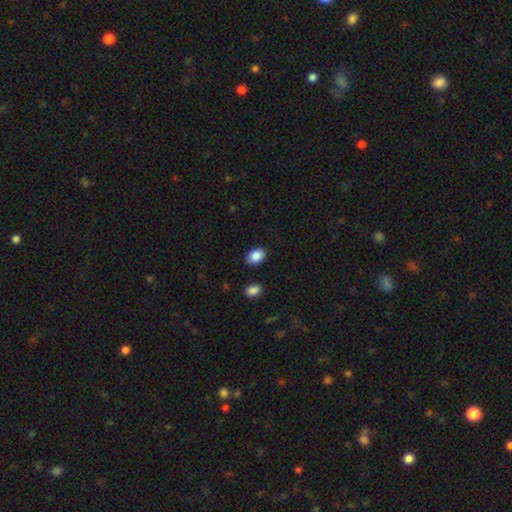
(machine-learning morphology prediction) A smooth galaxy with no disk features (88%) that is in between round and cigar-shaped (79%). Merging: none (85%).